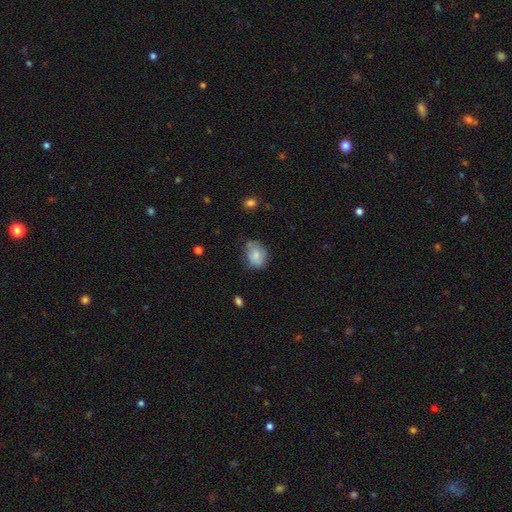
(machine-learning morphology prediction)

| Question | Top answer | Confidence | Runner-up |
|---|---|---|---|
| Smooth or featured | smooth | 71% | featured or disk (21%) |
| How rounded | in between | 60% | round (39%) |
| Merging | none | 57% | minor disturbance (31%) |